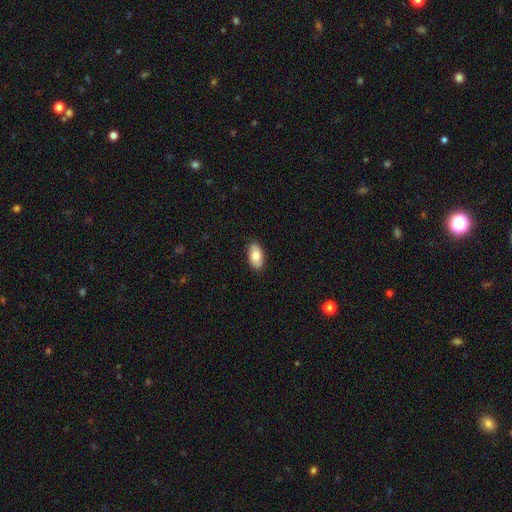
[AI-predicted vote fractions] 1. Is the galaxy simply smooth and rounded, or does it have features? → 80% smooth, 14% featured or disk, 6% star or artifact.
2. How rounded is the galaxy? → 94% in between, 4% round, 3% cigar-shaped.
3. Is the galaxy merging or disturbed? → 88% none, 9% minor disturbance, 2% major disturbance, 1% merger.